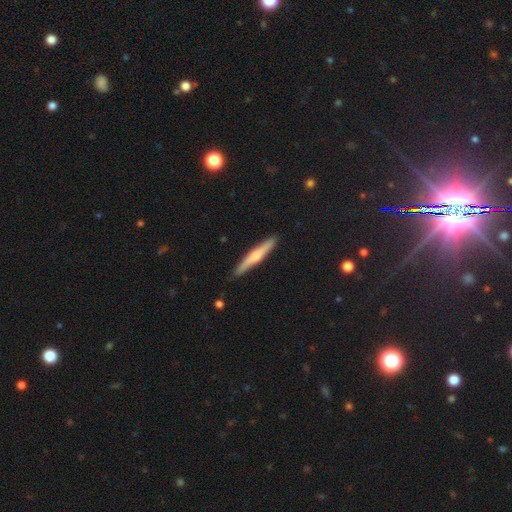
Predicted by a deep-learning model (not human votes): A featured or disk galaxy (49%). Merging: none (89%).